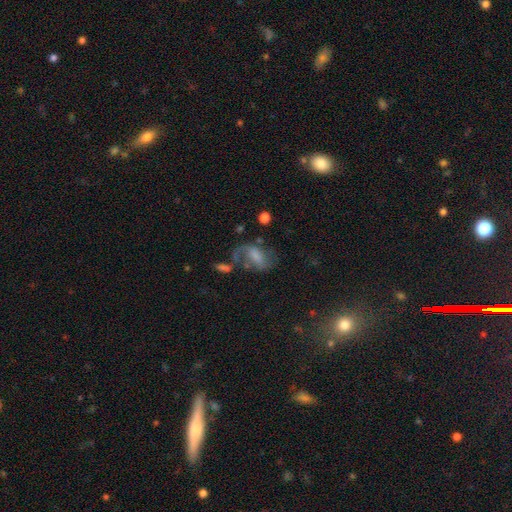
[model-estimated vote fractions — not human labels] Smooth or featured?
  - featured or disk: 53% *
  - smooth: 37%
  - star or artifact: 11%
Edge-on disk?
  - no: 96% *
  - yes: 4%
Bar?
  - weak: 42% *
  - no: 37%
  - strong: 21%
Spiral arms?
  - yes: 73% *
  - no: 27%
Bulge size?
  - none: 35% *
  - moderate: 25%
  - small: 24%
  - large: 14%
  - dominant: 3%
Merging?
  - none: 35% *
  - major disturbance: 34%
  - minor disturbance: 20%
  - merger: 11%